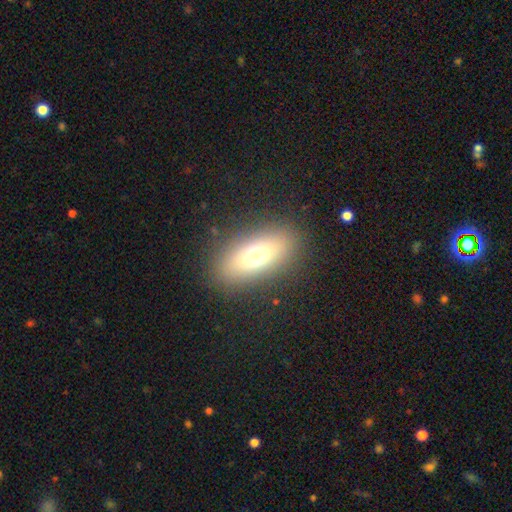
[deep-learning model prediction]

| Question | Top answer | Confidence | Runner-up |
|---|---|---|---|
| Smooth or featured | smooth | 70% | featured or disk (20%) |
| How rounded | in between | 78% | cigar-shaped (17%) |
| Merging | none | 87% | minor disturbance (8%) |